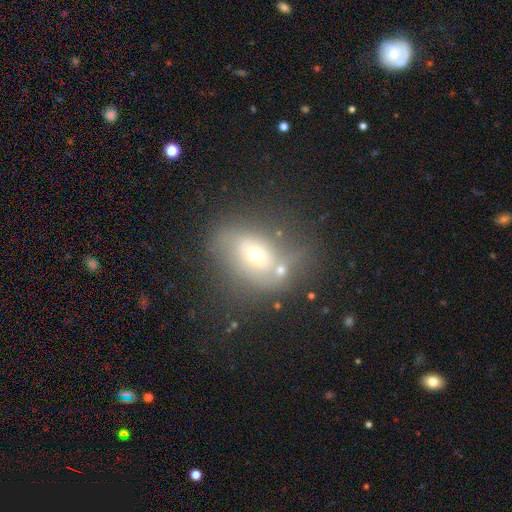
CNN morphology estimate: Overall: smooth (49%; featured or disk 33%). Merging: none (48%; merger 21%).